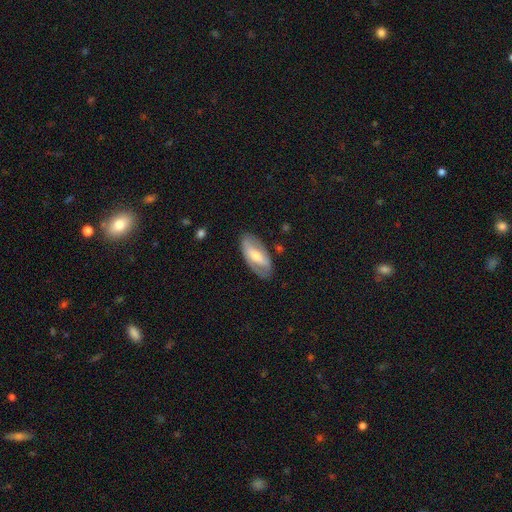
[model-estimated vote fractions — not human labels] Morphology: type=featured or disk (56%); edge-on=no (87%); merging=none (77%).